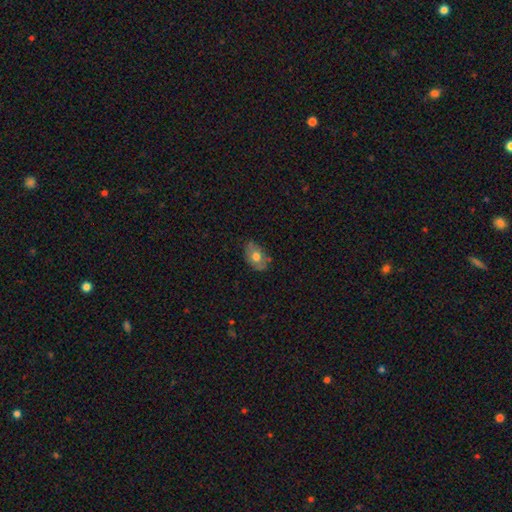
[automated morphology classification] Smooth or featured: smooth — 67% (featured or disk — 25%)
How rounded: in between — 84% (round — 15%)
Merging: none — 74% (minor disturbance — 20%)